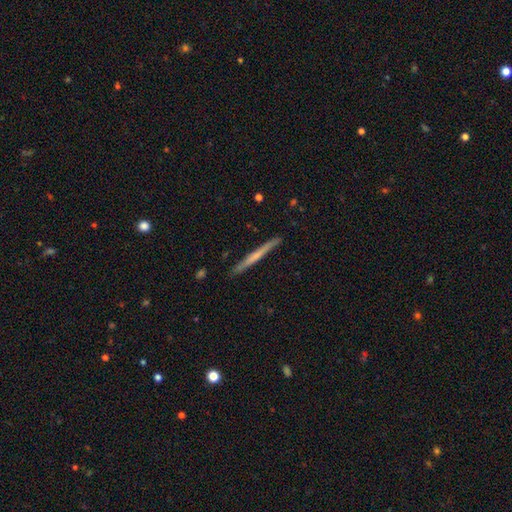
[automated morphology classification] smooth-or-featured: featured or disk: 50% | smooth: 44% | star or artifact: 6%
  disk-edge-on: yes: 97% | no: 3%
  merging: none: 89% | minor disturbance: 8% | major disturbance: 1% | merger: 1%